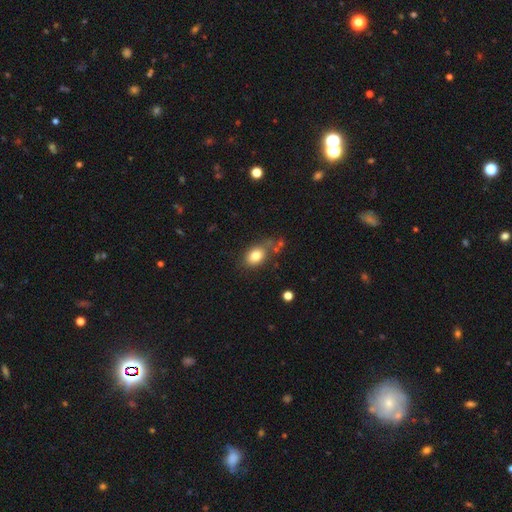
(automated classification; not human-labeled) A smooth galaxy with no disk features (81%) that is in between round and cigar-shaped (73%).

Vote fractions:
- Smooth or featured? smooth: 81% / featured or disk: 10% / star or artifact: 9%
- How rounded? in between: 73% / round: 26% / cigar-shaped: 1%
- Merging? none: 61% / minor disturbance: 22% / merger: 9% / major disturbance: 8%